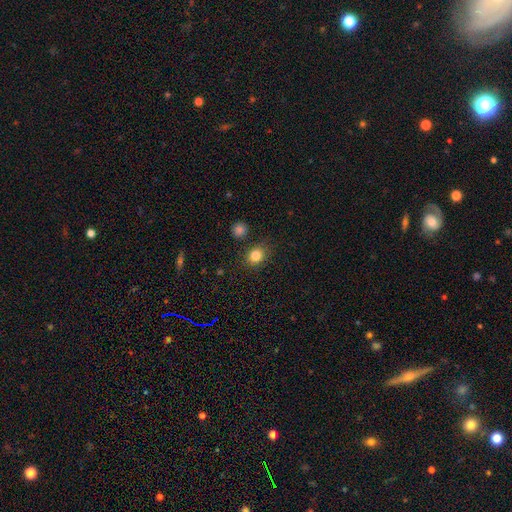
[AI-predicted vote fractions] Smooth or featured?
  - smooth: 83% *
  - star or artifact: 11%
  - featured or disk: 6%
How rounded?
  - round: 64% *
  - in between: 35%
  - cigar-shaped: 1%
Merging?
  - none: 83% *
  - minor disturbance: 10%
  - merger: 4%
  - major disturbance: 3%